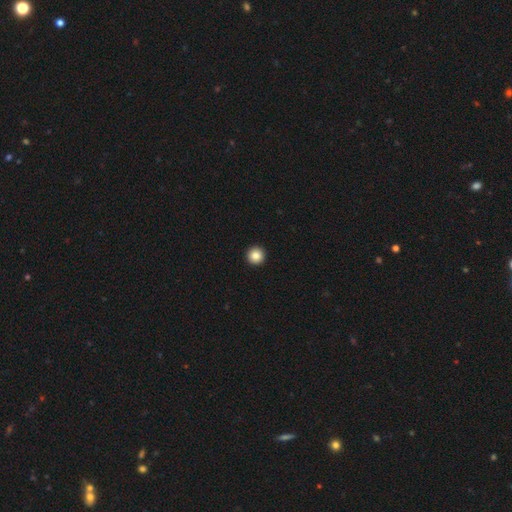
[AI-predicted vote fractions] A smooth galaxy with no disk features (86%) that is round (97%). Merging: none (95%).